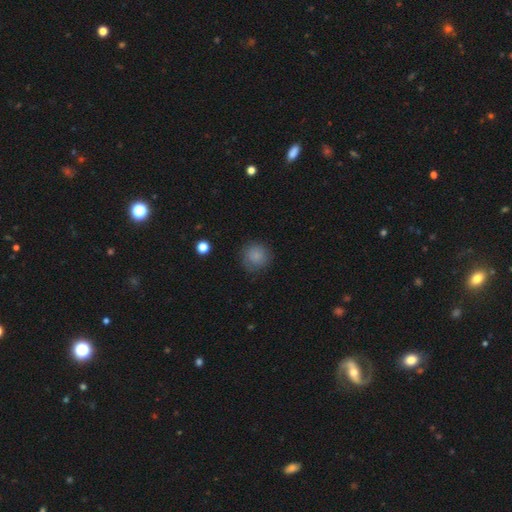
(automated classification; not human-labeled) This is clearly a smooth galaxy (83%). How rounded: clearly round (92%). Merging: likely none (80%).